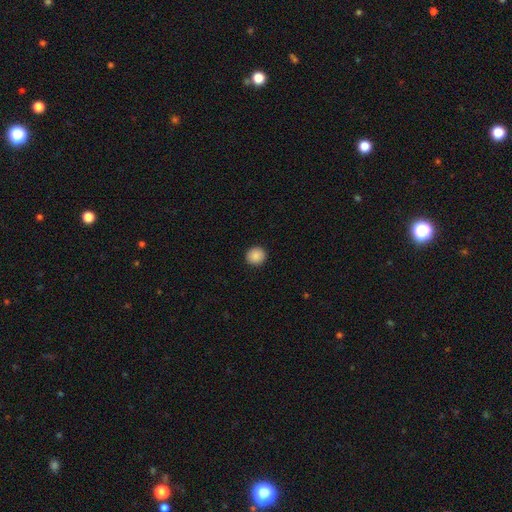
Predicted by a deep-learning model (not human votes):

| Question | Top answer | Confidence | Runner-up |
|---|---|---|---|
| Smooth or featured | smooth | 89% | star or artifact (8%) |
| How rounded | round | 91% | in between (8%) |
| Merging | none | 93% | minor disturbance (5%) |